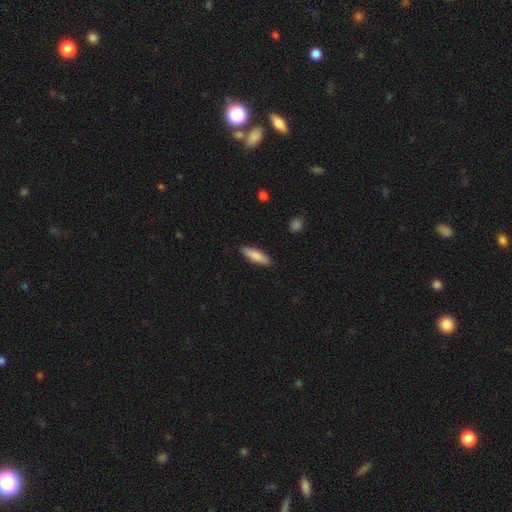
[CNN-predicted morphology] This appears to be a smooth galaxy with no disk features (84%) that is cigar-shaped (60%). Merging: none (89%).